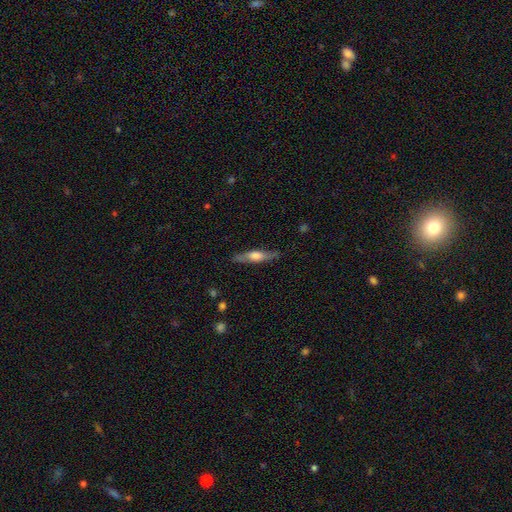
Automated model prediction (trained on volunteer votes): smooth-or-featured: featured or disk: 53% | smooth: 41% | star or artifact: 6%
  disk-edge-on: yes: 91% | no: 9%
  merging: none: 85% | minor disturbance: 12% | major disturbance: 3% | merger: 1%